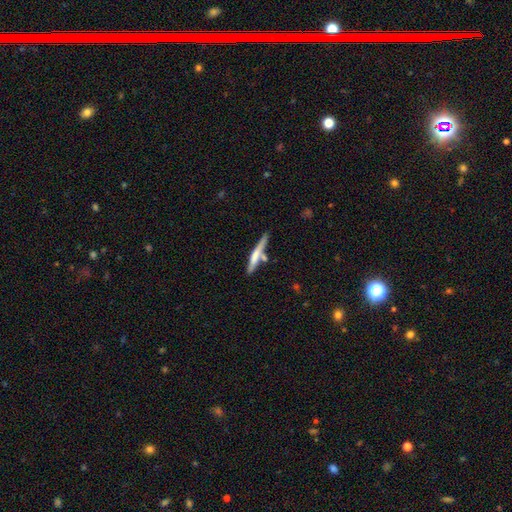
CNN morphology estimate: Smooth or featured?
  - smooth: 54% *
  - featured or disk: 40%
  - star or artifact: 6%
How rounded?
  - cigar-shaped: 93% *
  - in between: 6%
  - round: 2%
Merging?
  - none: 60% *
  - merger: 18%
  - minor disturbance: 17%
  - major disturbance: 5%